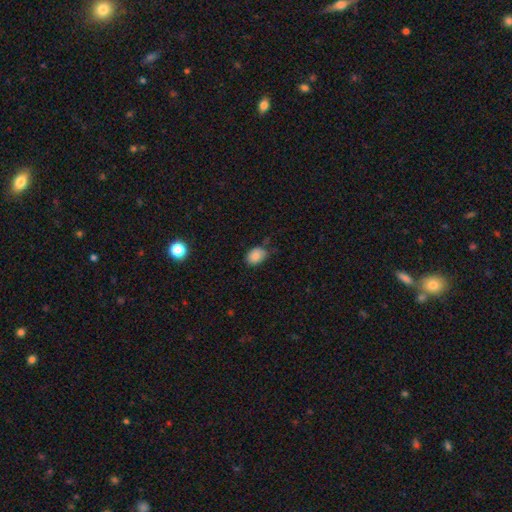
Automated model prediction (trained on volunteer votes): smooth 86%, star or artifact 9%, featured or disk 5%. Down the decision tree: how rounded — in between (74%); merging — none (63%).